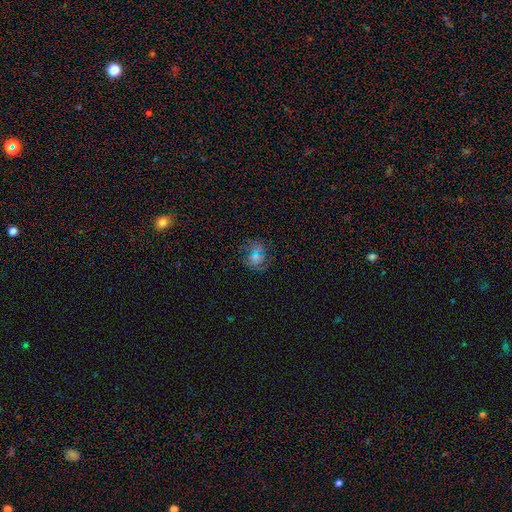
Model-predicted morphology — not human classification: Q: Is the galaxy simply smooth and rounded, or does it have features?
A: smooth — 38%.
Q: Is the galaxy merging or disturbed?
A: none — 73%.